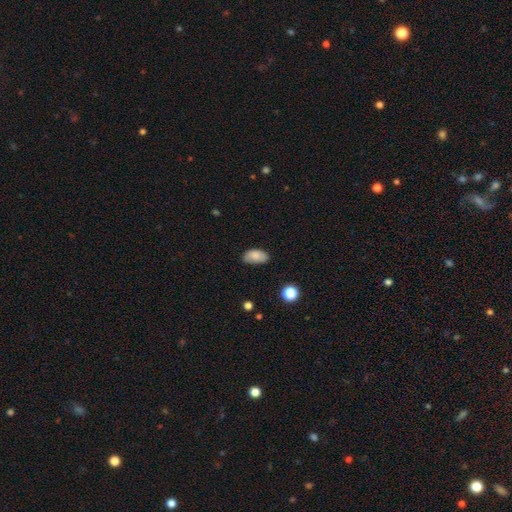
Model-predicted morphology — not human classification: smooth_or_featured: smooth (p=0.83) [alt: featured or disk p=0.09]
how_rounded: in between (p=0.93) [alt: round p=0.06]
merging: none (p=0.69) [alt: minor disturbance p=0.25]